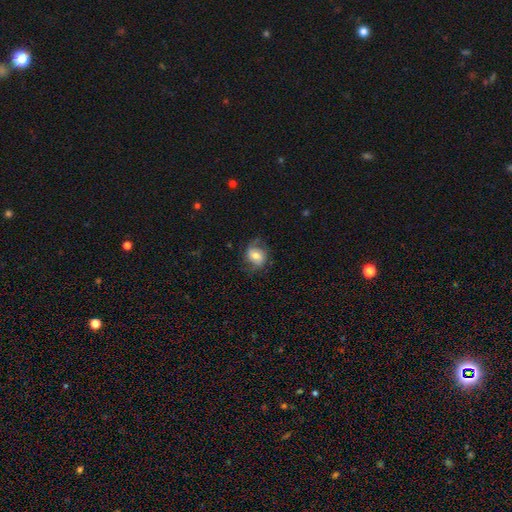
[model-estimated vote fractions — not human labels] Smooth or featured?
  - smooth: 54% *
  - featured or disk: 37%
  - star or artifact: 9%
How rounded?
  - round: 52% *
  - in between: 47%
  - cigar-shaped: 1%
Merging?
  - none: 65% *
  - minor disturbance: 22%
  - major disturbance: 12%
  - merger: 1%